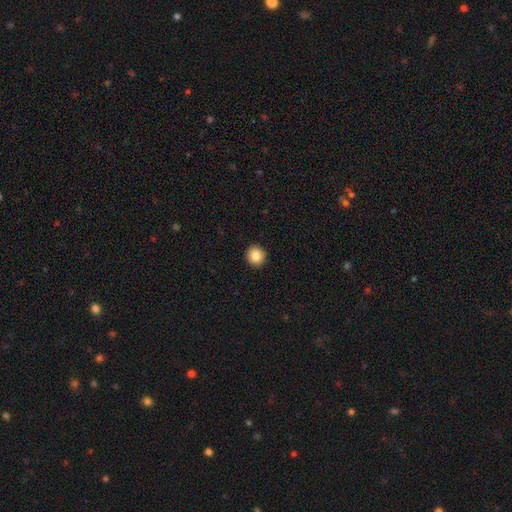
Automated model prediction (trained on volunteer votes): Smooth or featured?
  - smooth: 86% *
  - star or artifact: 9%
  - featured or disk: 5%
How rounded?
  - round: 93% *
  - in between: 6%
  - cigar-shaped: 1%
Merging?
  - none: 93% *
  - minor disturbance: 5%
  - major disturbance: 1%
  - merger: 1%